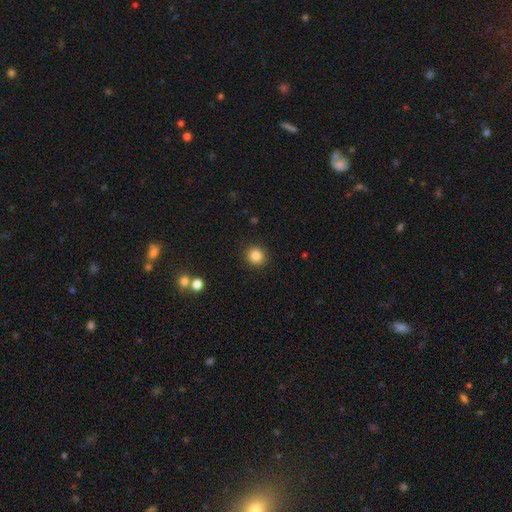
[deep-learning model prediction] A smooth galaxy with no disk features (85%) that is round (89%).

Vote fractions:
- Smooth or featured? smooth: 85% / star or artifact: 11% / featured or disk: 5%
- How rounded? round: 89% / in between: 10% / cigar-shaped: 1%
- Merging? none: 91% / minor disturbance: 6% / major disturbance: 2% / merger: 1%